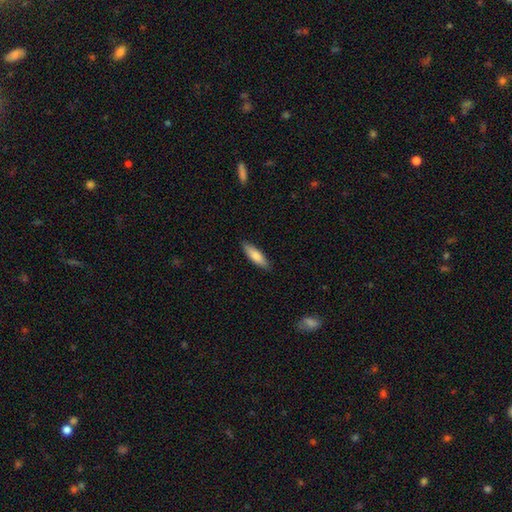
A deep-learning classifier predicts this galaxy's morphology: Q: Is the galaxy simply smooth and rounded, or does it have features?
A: smooth — 80%.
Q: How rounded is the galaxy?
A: cigar-shaped — 55%.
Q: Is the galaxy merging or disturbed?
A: none — 87%.